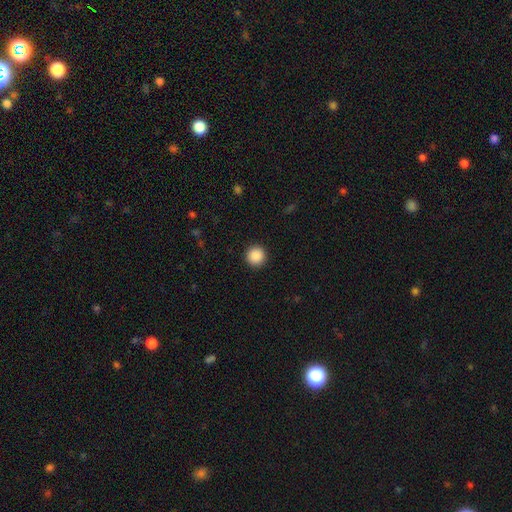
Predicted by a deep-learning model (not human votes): This is clearly a smooth galaxy (89%). How rounded: clearly round (96%). Merging: clearly none (93%).